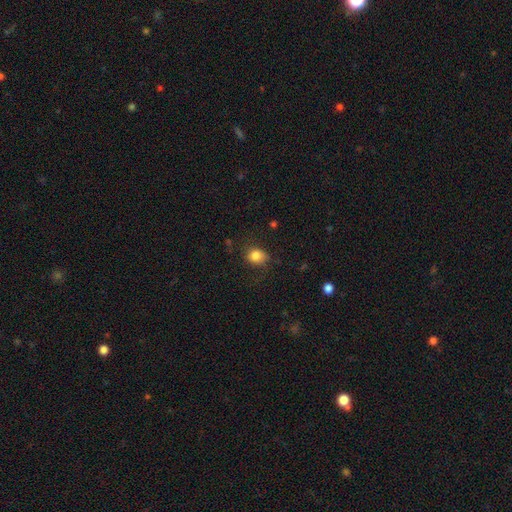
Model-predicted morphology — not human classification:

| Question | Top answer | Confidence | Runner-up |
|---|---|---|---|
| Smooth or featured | smooth | 82% | star or artifact (10%) |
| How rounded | round | 56% | in between (43%) |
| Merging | none | 71% | minor disturbance (20%) |